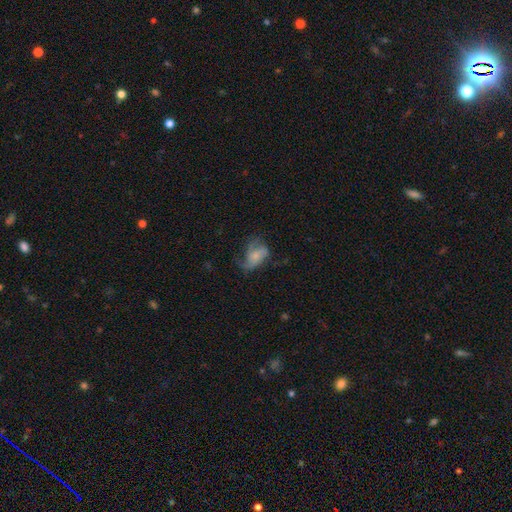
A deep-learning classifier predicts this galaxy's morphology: The model was most divided on "merging": none: 38%, major disturbance: 32%, minor disturbance: 28%, merger: 2%. More confident: edge-on disk — no (97%); smooth or featured — featured or disk (52%).